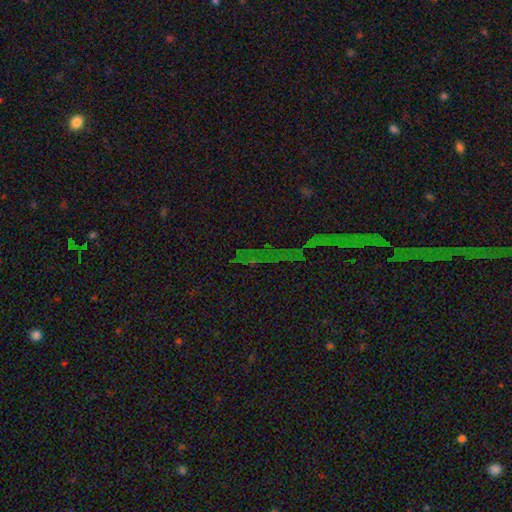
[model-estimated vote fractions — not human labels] The model was most divided on "smooth or featured": star or artifact: 82%, featured or disk: 9%, smooth: 9%.